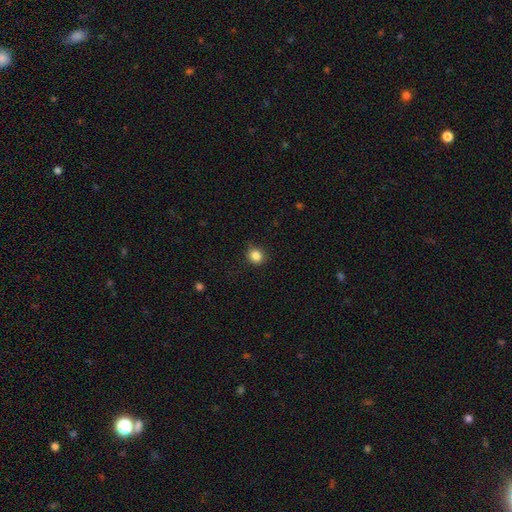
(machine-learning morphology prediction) Smooth or featured? Predicted: smooth (p=0.85). How rounded? Predicted: round (p=0.85). Merging? Predicted: none (p=0.84).